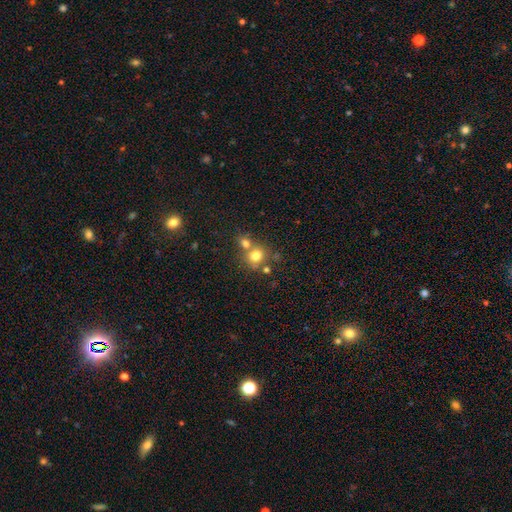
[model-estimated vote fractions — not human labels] A smooth galaxy with no disk features (75%) that is round (81%).

Vote fractions:
- Smooth or featured? smooth: 75% / star or artifact: 14% / featured or disk: 11%
- How rounded? round: 81% / in between: 18% / cigar-shaped: 1%
- Merging? none: 48% / merger: 40% / minor disturbance: 8% / major disturbance: 4%